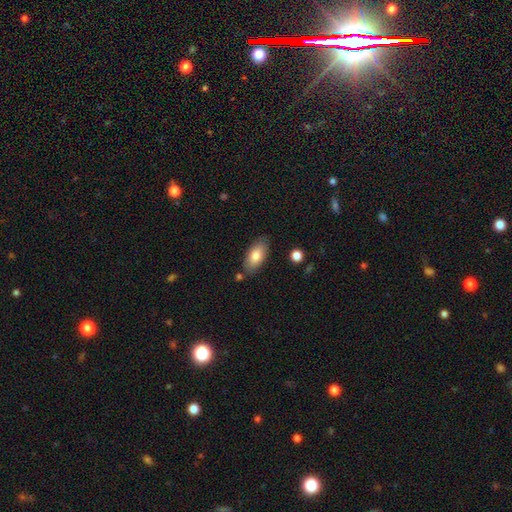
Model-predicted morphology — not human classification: Overall: smooth (80%). How rounded: in between (89%). Merging: none (81%).